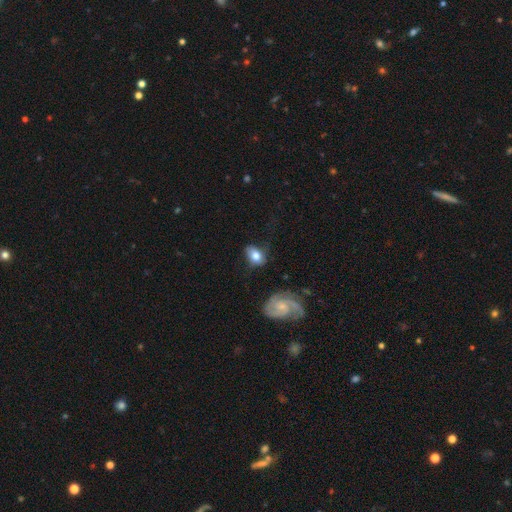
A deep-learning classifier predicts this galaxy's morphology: Smooth or featured: smooth — 68% (featured or disk — 24%)
How rounded: in between — 74% (round — 24%)
Merging: none — 60% (minor disturbance — 26%)